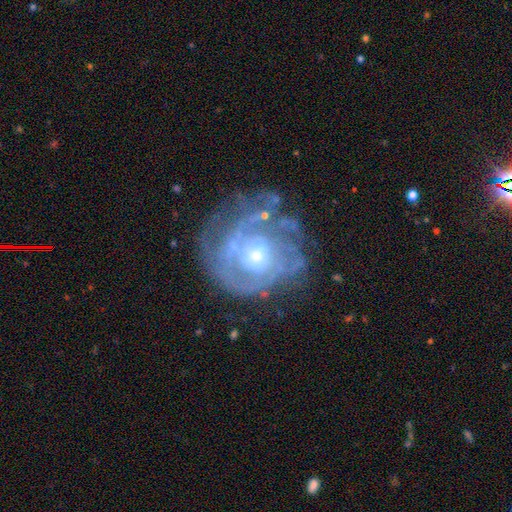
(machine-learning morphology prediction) featured or disk 82%, smooth 11%, star or artifact 8%. Down the decision tree: edge-on disk — no (97%); bar — no (78%); spiral arms — yes (85%); spiral arm count — can't tell (47%); spiral winding — tight (69%); bulge size — small (51%); merging — none (63%).